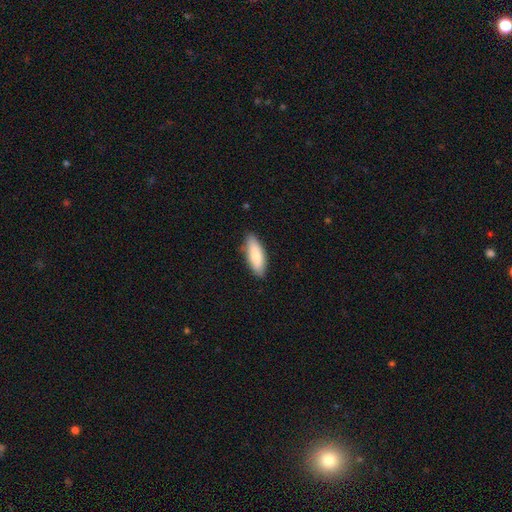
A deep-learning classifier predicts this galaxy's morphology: type=smooth (81%); roundness=in between (66%); merging=none (84%).